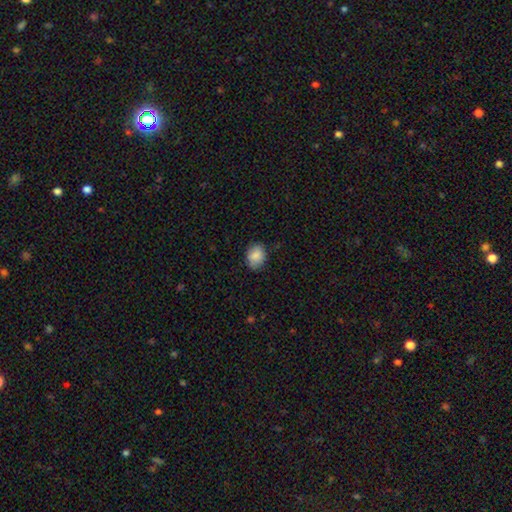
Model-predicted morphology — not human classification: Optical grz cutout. It shows a smooth galaxy with no disk features (87%) that is in between round and cigar-shaped (59%). Merging: none (83%).